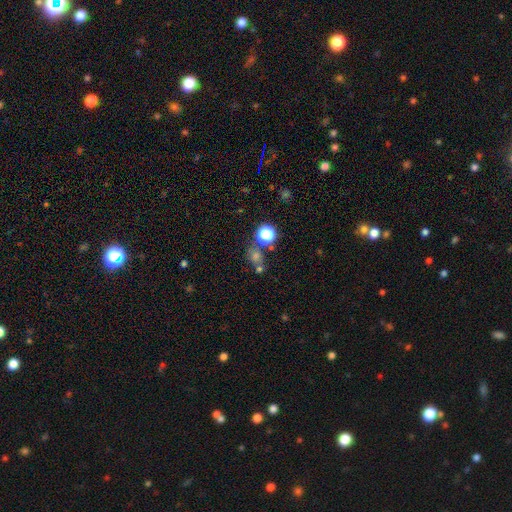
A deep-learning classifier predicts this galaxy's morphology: type=star or artifact (48%).